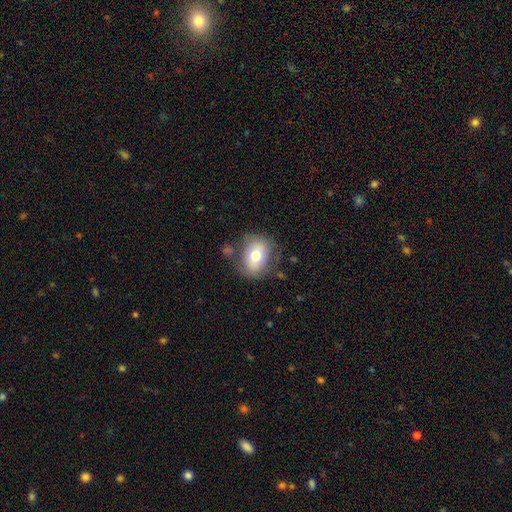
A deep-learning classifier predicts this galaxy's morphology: A smooth galaxy with no disk features (69%) that is in between round and cigar-shaped (58%).

Vote fractions:
- Smooth or featured? smooth: 69% / featured or disk: 22% / star or artifact: 8%
- How rounded? in between: 58% / round: 41% / cigar-shaped: 1%
- Merging? none: 71% / minor disturbance: 18% / major disturbance: 7% / merger: 4%